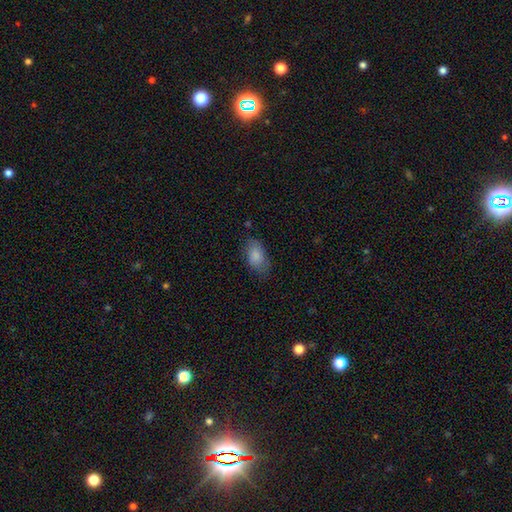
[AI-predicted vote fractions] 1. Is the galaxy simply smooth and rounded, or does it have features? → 84% smooth, 9% featured or disk, 7% star or artifact.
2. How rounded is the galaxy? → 92% in between, 5% round, 2% cigar-shaped.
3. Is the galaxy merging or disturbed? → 70% none, 22% minor disturbance, 6% major disturbance, 2% merger.